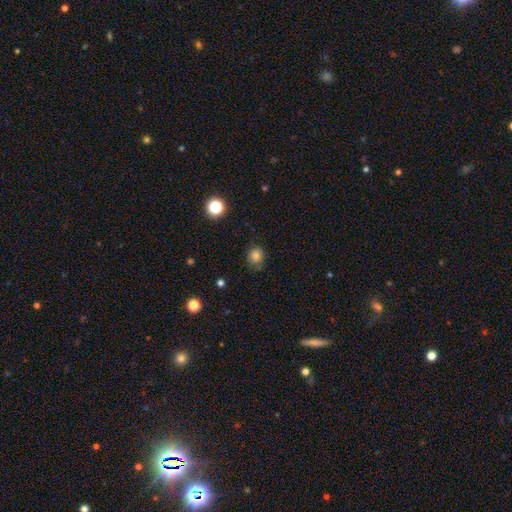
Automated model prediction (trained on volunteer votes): smooth_or_featured: smooth (p=0.81) [alt: star or artifact p=0.13]
how_rounded: round (p=0.70) [alt: in between p=0.29]
merging: none (p=0.72) [alt: minor disturbance p=0.21]